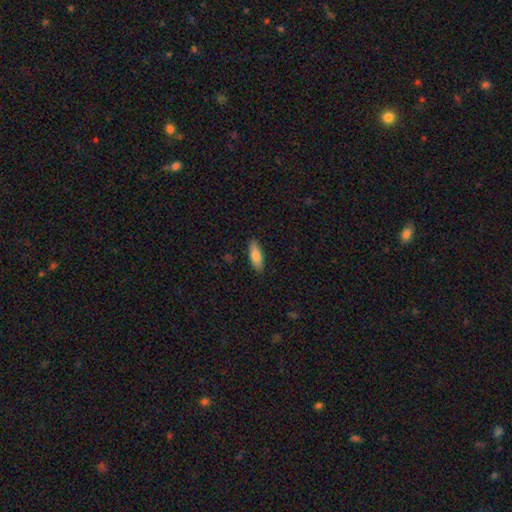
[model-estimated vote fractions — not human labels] A smooth galaxy with no disk features (78%) that is in between round and cigar-shaped (64%).

Vote fractions:
- Smooth or featured? smooth: 78% / featured or disk: 16% / star or artifact: 6%
- How rounded? in between: 64% / cigar-shaped: 34% / round: 2%
- Merging? none: 87% / minor disturbance: 10% / major disturbance: 2% / merger: 1%